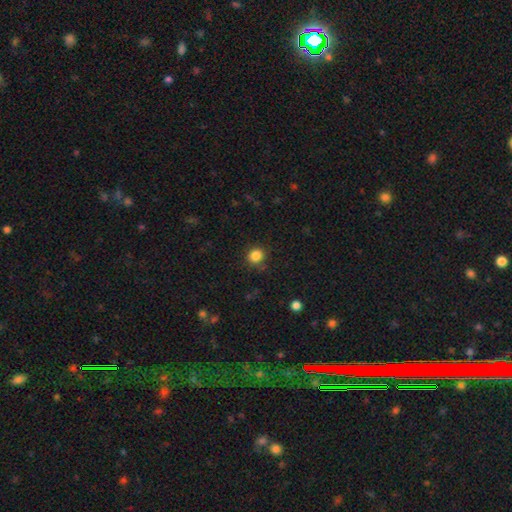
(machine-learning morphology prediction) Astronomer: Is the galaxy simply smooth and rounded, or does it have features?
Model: smooth — 84%.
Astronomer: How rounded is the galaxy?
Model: round — 87%.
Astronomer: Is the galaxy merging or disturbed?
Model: none — 85%.